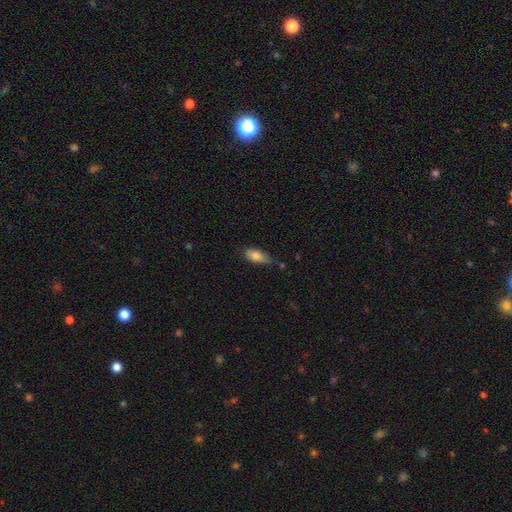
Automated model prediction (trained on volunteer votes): Overall: smooth (81%). How rounded: in between (84%). Merging: none (49%; minor disturbance 38%).